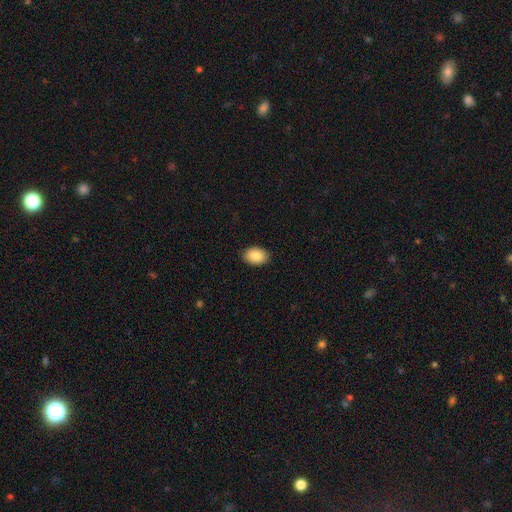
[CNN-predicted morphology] This is clearly a smooth galaxy (89%). How rounded: clearly in between (85%). Merging: clearly none (89%).